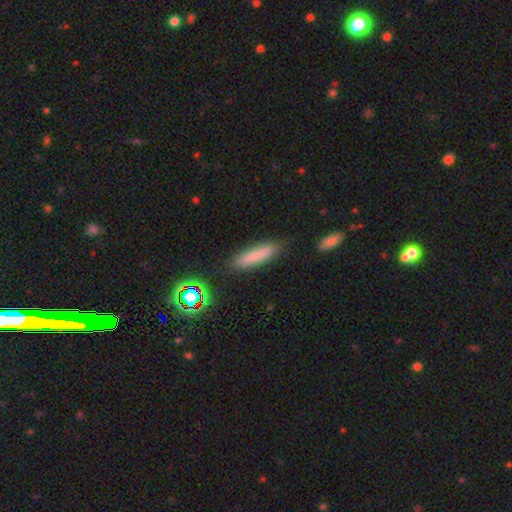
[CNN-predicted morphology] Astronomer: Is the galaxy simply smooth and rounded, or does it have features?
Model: smooth — 79%.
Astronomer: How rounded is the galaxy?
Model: cigar-shaped — 82%.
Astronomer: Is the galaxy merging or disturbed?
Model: none — 86%.